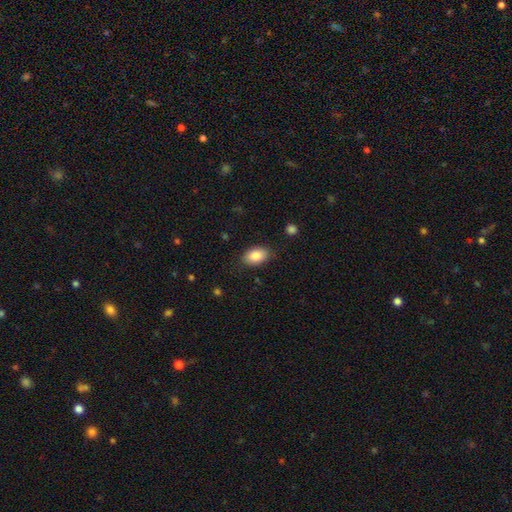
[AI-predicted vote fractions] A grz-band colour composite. It shows a smooth galaxy with no disk features (86%) that is in between round and cigar-shaped (90%). Merging: none (83%).